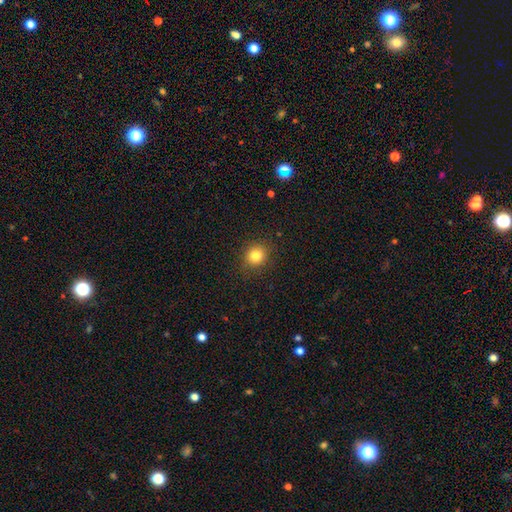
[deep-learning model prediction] Smooth or featured?
  - smooth: 83% *
  - star or artifact: 12%
  - featured or disk: 6%
How rounded?
  - round: 83% *
  - in between: 16%
  - cigar-shaped: 1%
Merging?
  - none: 88% *
  - minor disturbance: 8%
  - major disturbance: 3%
  - merger: 1%